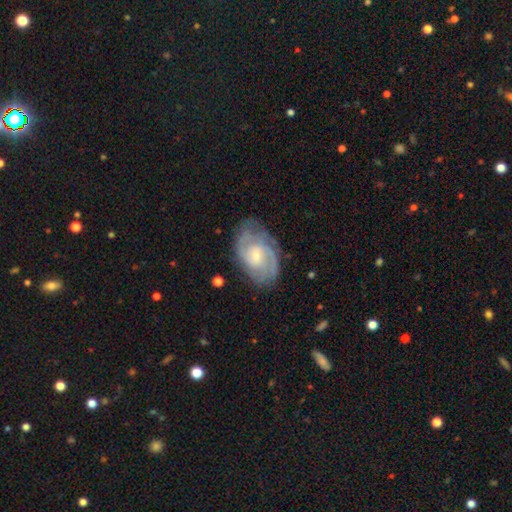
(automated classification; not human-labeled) This is clearly a featured or disk galaxy (80%). It is clearly not viewed edge-on (97%). Bar: possibly no (51%). Spiral arm pattern: clearly yes (94%). Spiral arm count: possibly 2 (50%). Spiral winding: possibly tight (47%). Central bulge: possibly small (52%). Merging: likely none (71%).